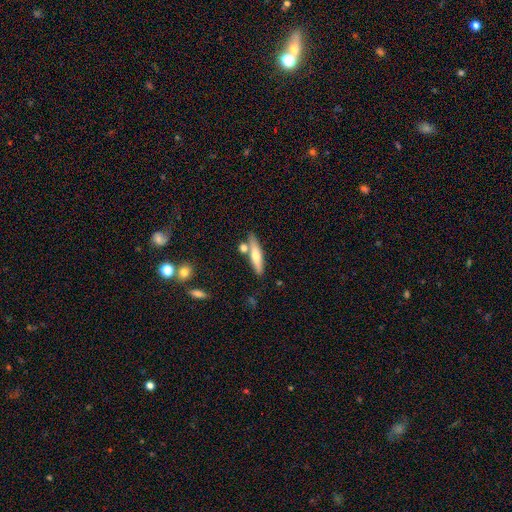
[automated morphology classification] Smooth or featured? smooth (55%)
How rounded? cigar-shaped (76%)
Merging? none (71%)